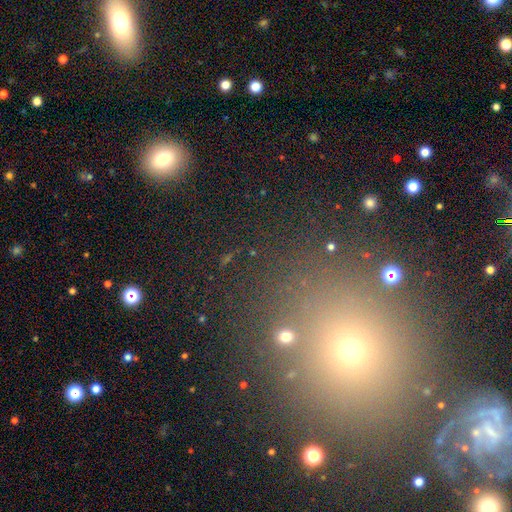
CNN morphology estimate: Smooth or featured? smooth (48%)
Merging? none (85%)